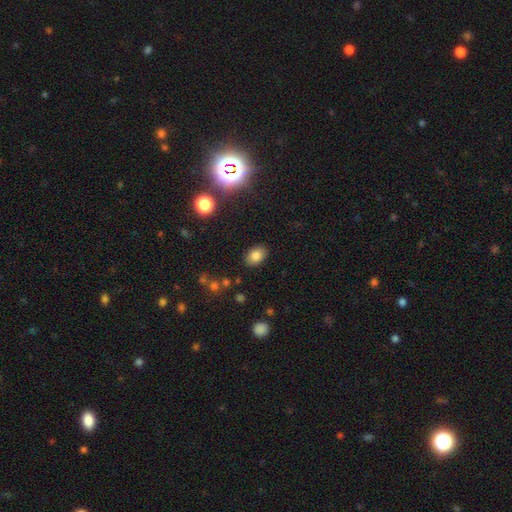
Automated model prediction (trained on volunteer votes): smooth-or-featured: smooth: 81% | star or artifact: 11% | featured or disk: 8%
  how-rounded: in between: 81% | round: 18% | cigar-shaped: 1%
  merging: none: 86% | minor disturbance: 10% | major disturbance: 3% | merger: 2%